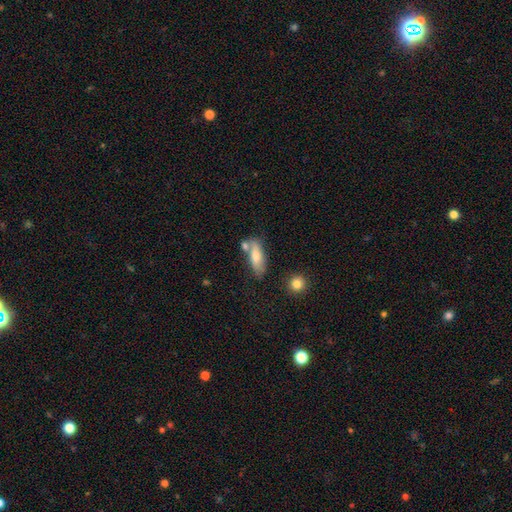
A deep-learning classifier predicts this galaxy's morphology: smooth_or_featured: smooth (p=0.68) [alt: featured or disk p=0.25]
how_rounded: in between (p=0.65) [alt: cigar-shaped p=0.32]
merging: none (p=0.54) [alt: merger p=0.20]